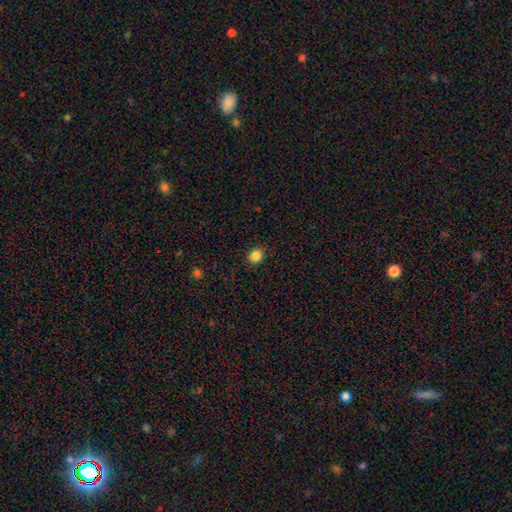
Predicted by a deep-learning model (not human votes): Morphology: type=smooth (85%); roundness=round (72%); merging=none (89%).